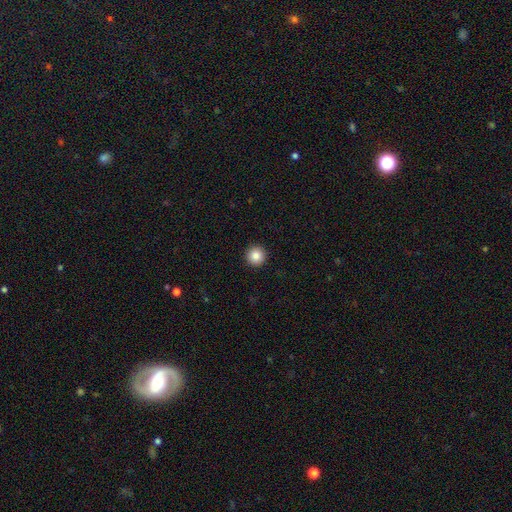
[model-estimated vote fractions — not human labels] smooth 86%, star or artifact 10%, featured or disk 5%. Down the decision tree: how rounded — round (96%); merging — none (94%).